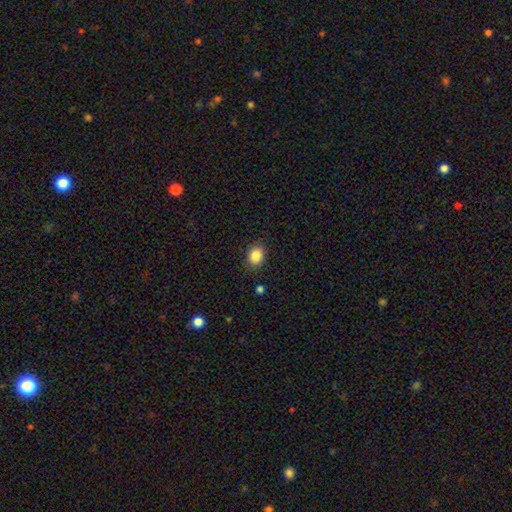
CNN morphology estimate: smooth_or_featured: smooth (p=0.86) [alt: star or artifact p=0.09]
how_rounded: in between (p=0.54) [alt: round p=0.45]
merging: none (p=0.87) [alt: minor disturbance p=0.09]